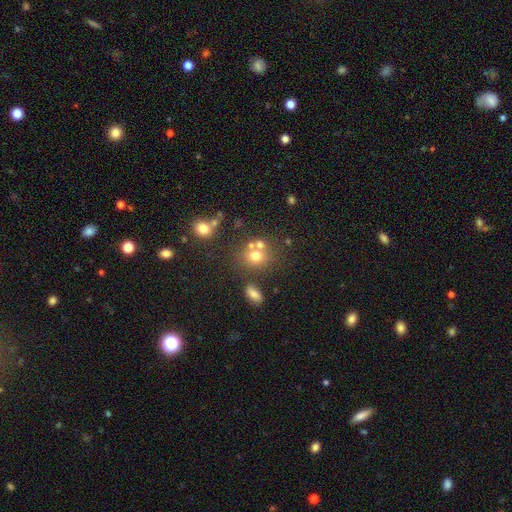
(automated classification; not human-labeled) Smooth or featured: smooth — 68% (star or artifact — 17%)
How rounded: round — 77% (in between — 22%)
Merging: none — 54% (merger — 30%)